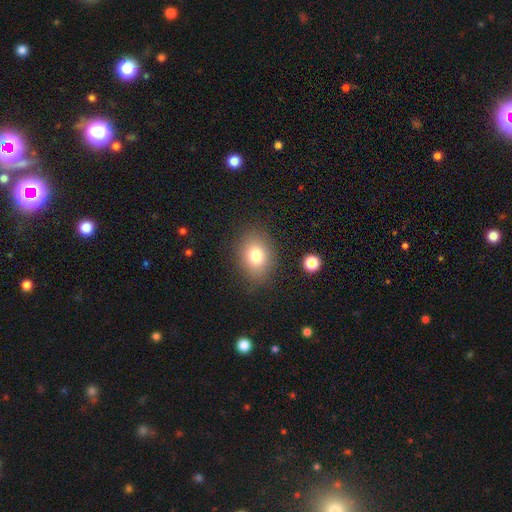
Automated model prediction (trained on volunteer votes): Smooth or featured? Predicted: smooth (p=0.77). How rounded? Predicted: in between (p=0.58). Merging? Predicted: none (p=0.84).